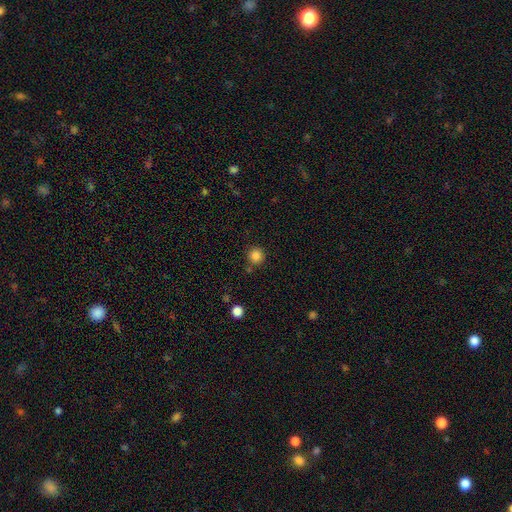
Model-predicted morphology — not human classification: Smooth or featured?
  - smooth: 85% *
  - star or artifact: 12%
  - featured or disk: 4%
How rounded?
  - round: 94% *
  - in between: 5%
  - cigar-shaped: 1%
Merging?
  - none: 83% *
  - minor disturbance: 9%
  - merger: 6%
  - major disturbance: 3%